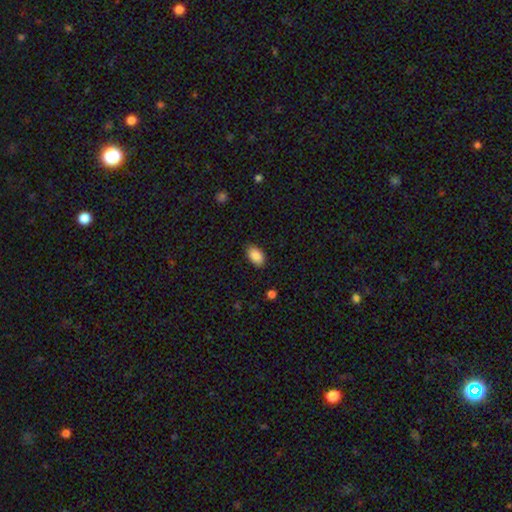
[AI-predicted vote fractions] smooth 88%, star or artifact 7%, featured or disk 5%. Down the decision tree: how rounded — in between (92%); merging — none (84%).